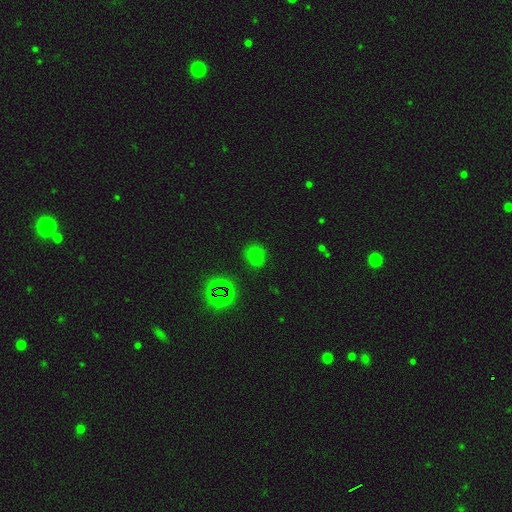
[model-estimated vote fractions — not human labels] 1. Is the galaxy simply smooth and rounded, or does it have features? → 65% smooth, 30% star or artifact, 6% featured or disk.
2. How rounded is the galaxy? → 70% round, 29% in between, 1% cigar-shaped.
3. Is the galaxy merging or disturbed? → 83% none, 11% minor disturbance, 4% major disturbance, 2% merger.